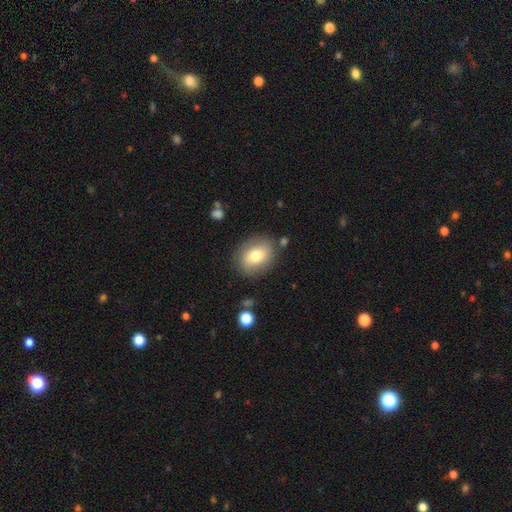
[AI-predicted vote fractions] smooth-or-featured: smooth: 70% | featured or disk: 22% | star or artifact: 8%
  how-rounded: in between: 52% | round: 46% | cigar-shaped: 1%
  merging: none: 82% | minor disturbance: 12% | major disturbance: 4% | merger: 3%